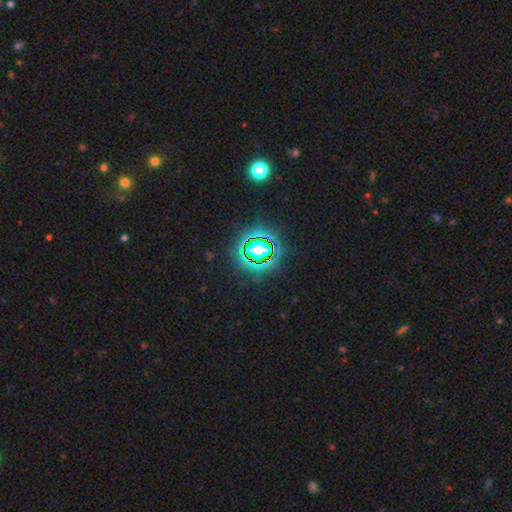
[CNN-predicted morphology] Smooth or featured?
  - star or artifact: 79% *
  - smooth: 13%
  - featured or disk: 8%